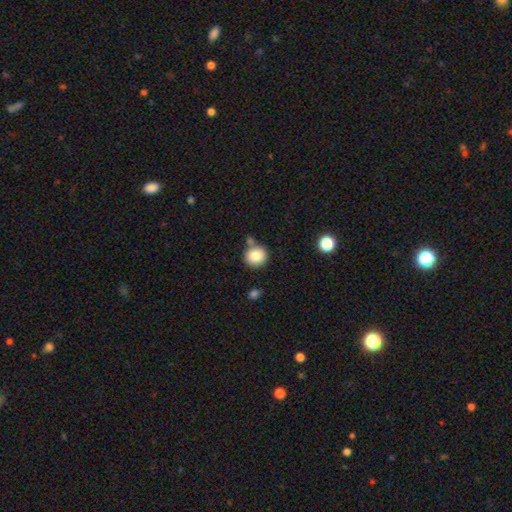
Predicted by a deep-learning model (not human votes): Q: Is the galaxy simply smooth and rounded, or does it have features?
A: smooth — 84%.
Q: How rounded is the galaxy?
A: round — 86%.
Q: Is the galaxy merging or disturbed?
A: none — 69%.